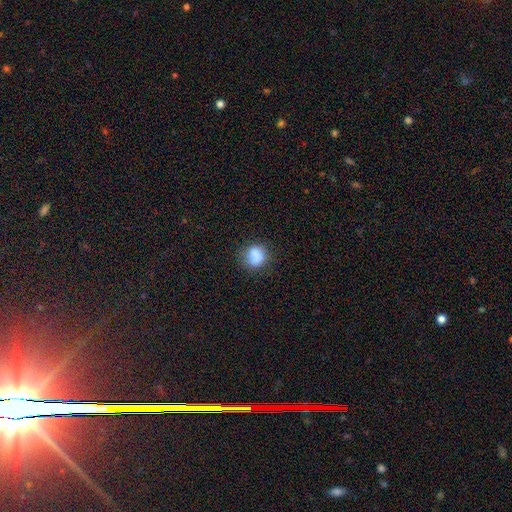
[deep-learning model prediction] Smooth or featured? Predicted: smooth (p=0.80). How rounded? Predicted: round (p=0.78). Merging? Predicted: none (p=0.66).